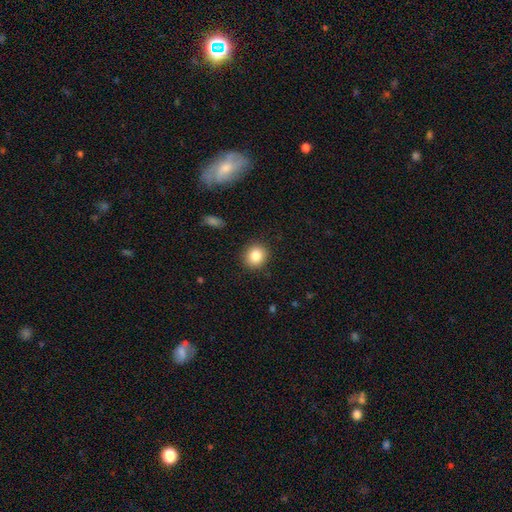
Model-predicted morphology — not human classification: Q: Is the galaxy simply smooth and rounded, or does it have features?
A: smooth — 84%.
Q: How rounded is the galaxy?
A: round — 83%.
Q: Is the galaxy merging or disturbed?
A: none — 90%.